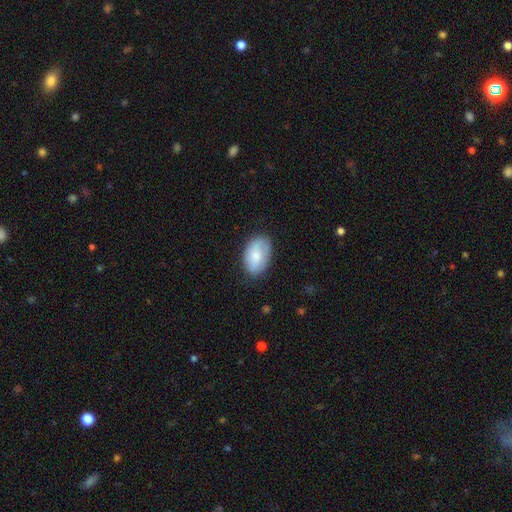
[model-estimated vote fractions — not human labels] Smooth or featured: smooth — 75% (featured or disk — 19%)
How rounded: in between — 90% (round — 8%)
Merging: none — 78% (minor disturbance — 18%)